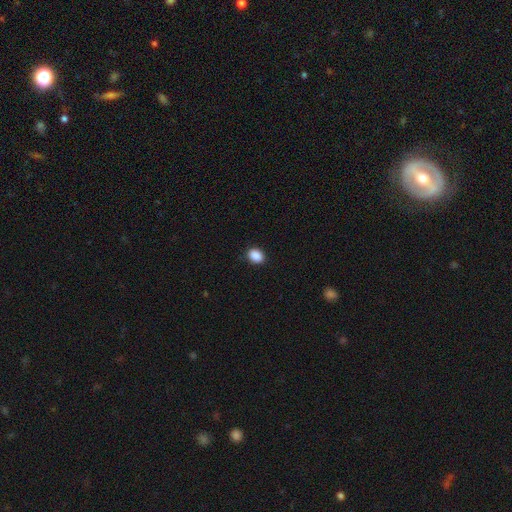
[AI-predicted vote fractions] Smooth or featured? Predicted: smooth (p=0.90). How rounded? Predicted: in between (p=0.69). Merging? Predicted: none (p=0.88).